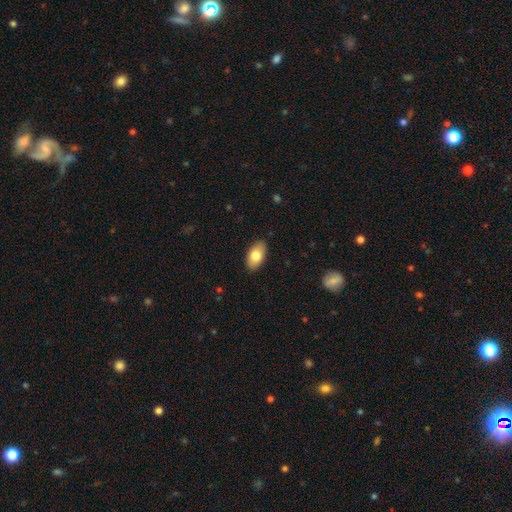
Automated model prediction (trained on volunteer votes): Smooth or featured? Predicted: smooth (p=0.81). How rounded? Predicted: in between (p=0.94). Merging? Predicted: none (p=0.88).